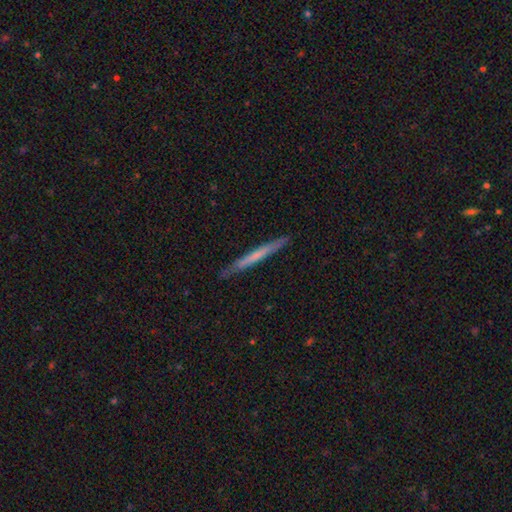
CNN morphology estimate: Smooth or featured: smooth — 48% (featured or disk — 47%)
Merging: none — 89% (minor disturbance — 9%)